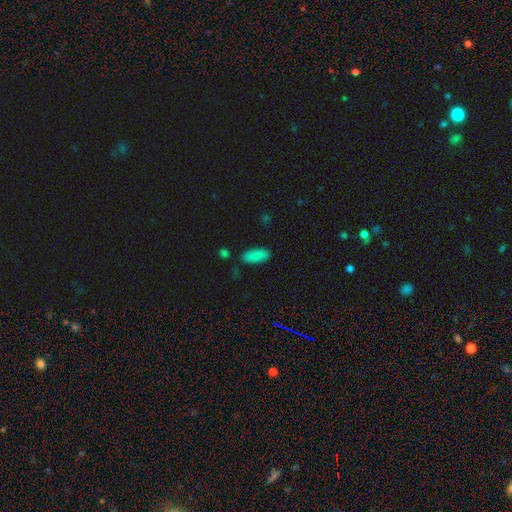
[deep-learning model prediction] Smooth or featured? Predicted: smooth (p=0.87). How rounded? Predicted: in between (p=0.81). Merging? Predicted: none (p=0.80).